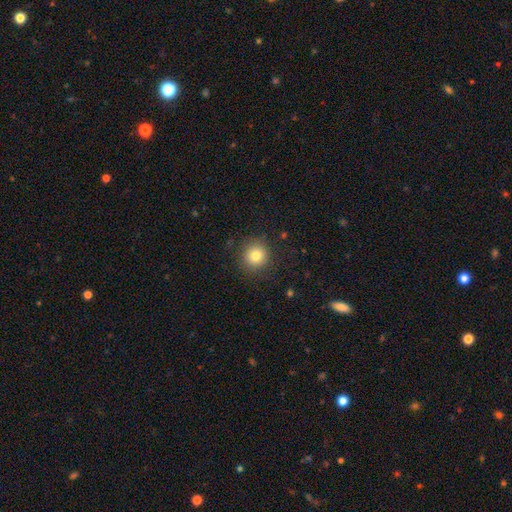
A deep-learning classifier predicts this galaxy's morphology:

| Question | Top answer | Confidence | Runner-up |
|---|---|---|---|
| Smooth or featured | smooth | 79% | star or artifact (12%) |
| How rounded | round | 94% | in between (6%) |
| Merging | none | 89% | minor disturbance (8%) |